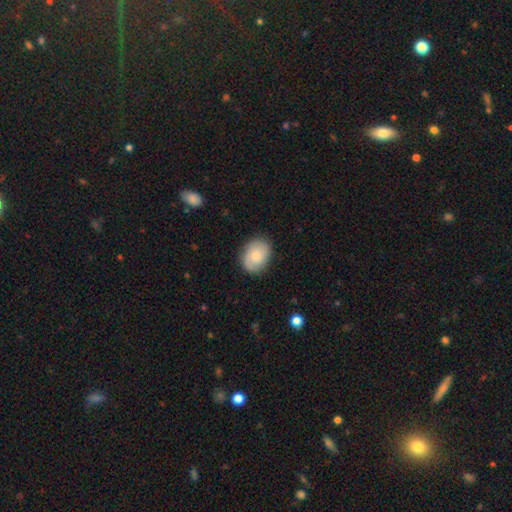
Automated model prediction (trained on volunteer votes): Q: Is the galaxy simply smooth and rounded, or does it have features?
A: smooth — 52%.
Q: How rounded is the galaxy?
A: in between — 60%.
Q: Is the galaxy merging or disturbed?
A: none — 81%.